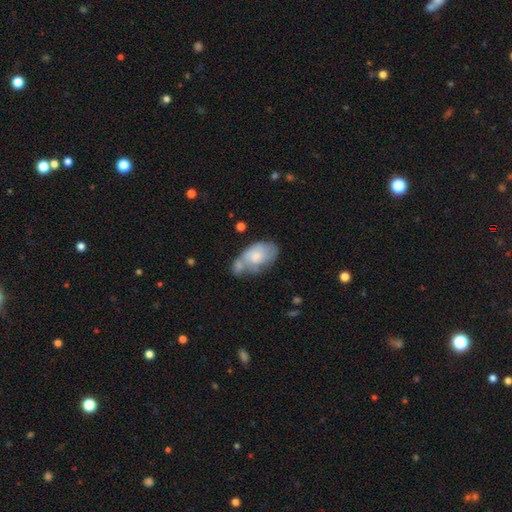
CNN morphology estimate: Smooth or featured?
  - smooth: 59% *
  - featured or disk: 35%
  - star or artifact: 6%
How rounded?
  - in between: 91% *
  - round: 8%
  - cigar-shaped: 2%
Merging?
  - merger: 37% *
  - none: 27%
  - minor disturbance: 24%
  - major disturbance: 13%